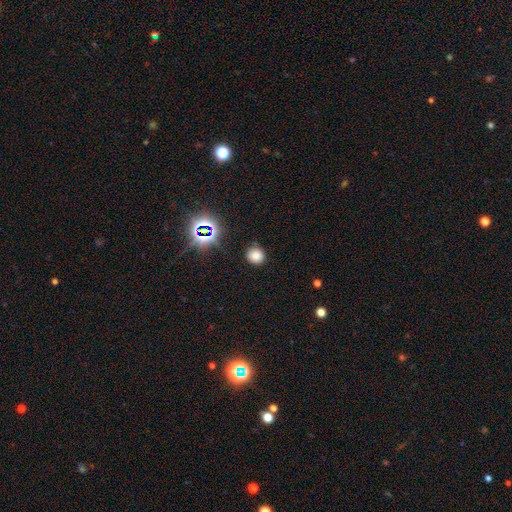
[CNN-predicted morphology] smooth 74%, star or artifact 20%, featured or disk 6%. Down the decision tree: how rounded — round (87%); merging — none (84%).